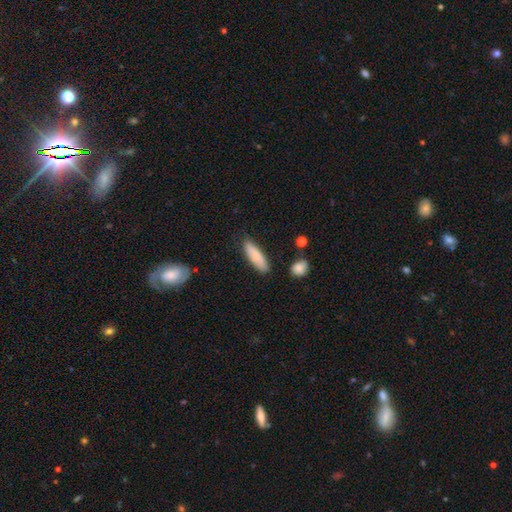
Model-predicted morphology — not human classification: A smooth galaxy with no disk features (79%) that is cigar-shaped (52%).

Vote fractions:
- Smooth or featured? smooth: 79% / featured or disk: 15% / star or artifact: 6%
- How rounded? cigar-shaped: 52% / in between: 46% / round: 2%
- Merging? none: 82% / minor disturbance: 13% / major disturbance: 3% / merger: 2%